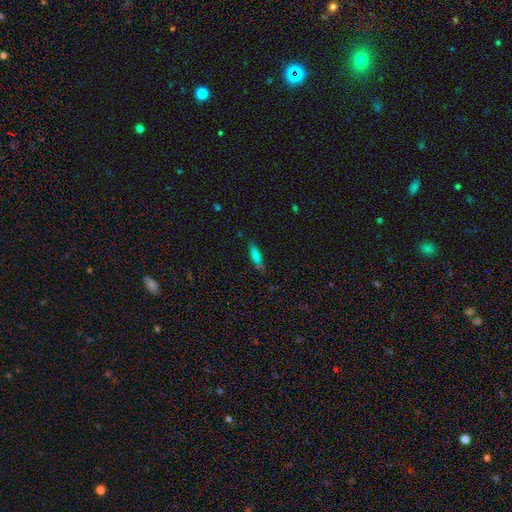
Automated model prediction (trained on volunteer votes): A smooth galaxy with no disk features (73%) that is cigar-shaped (66%). Merging: none (73%).